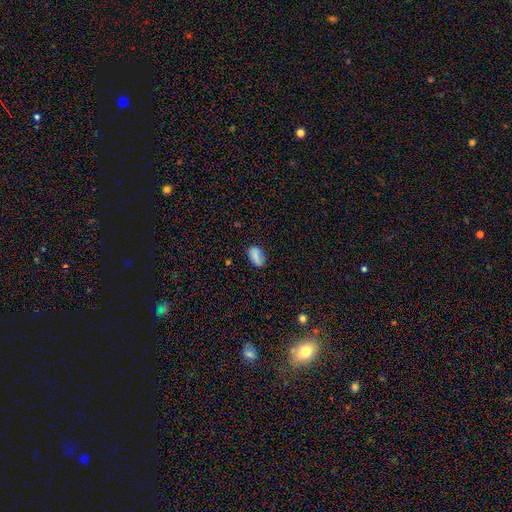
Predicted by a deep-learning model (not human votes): This appears to be a smooth galaxy with no disk features (83%) that is in between round and cigar-shaped (91%). Merging: none (76%).